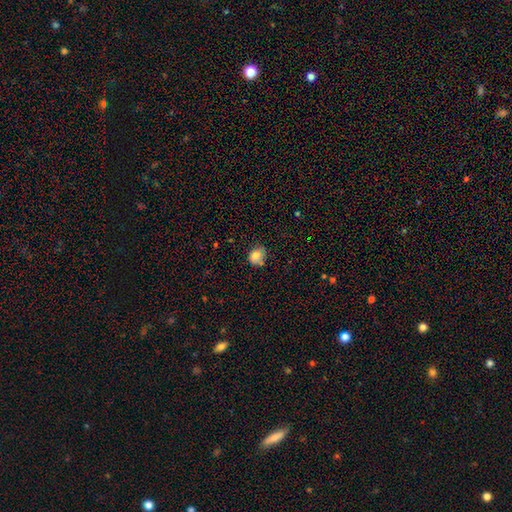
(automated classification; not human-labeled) A smooth galaxy with no disk features (79%) that is round (62%).

Vote fractions:
- Smooth or featured? smooth: 79% / featured or disk: 11% / star or artifact: 10%
- How rounded? round: 62% / in between: 37% / cigar-shaped: 1%
- Merging? none: 66% / minor disturbance: 25% / major disturbance: 5% / merger: 4%